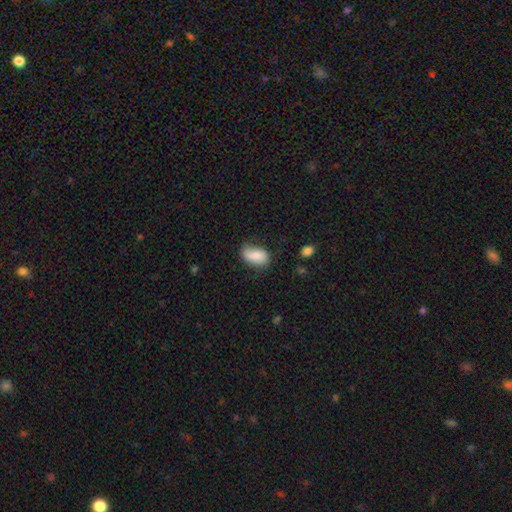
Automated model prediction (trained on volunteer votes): A smooth galaxy with no disk features (80%) that is in between round and cigar-shaped (91%).

Vote fractions:
- Smooth or featured? smooth: 80% / featured or disk: 13% / star or artifact: 7%
- How rounded? in between: 91% / round: 6% / cigar-shaped: 2%
- Merging? none: 61% / minor disturbance: 29% / major disturbance: 8% / merger: 2%